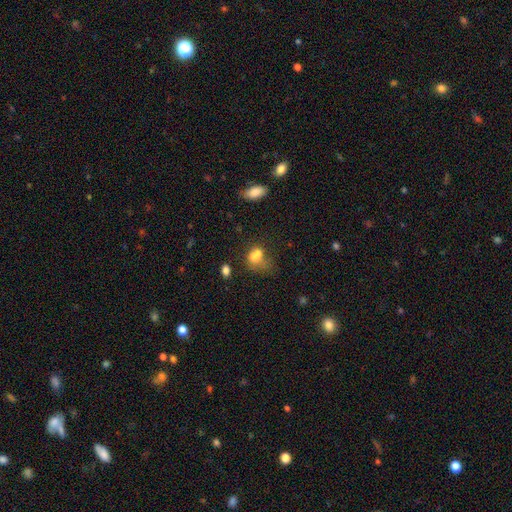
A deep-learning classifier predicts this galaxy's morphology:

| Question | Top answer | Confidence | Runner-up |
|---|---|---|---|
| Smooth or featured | smooth | 72% | featured or disk (16%) |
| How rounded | in between | 60% | round (38%) |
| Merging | merger | 44% | none (23%) |